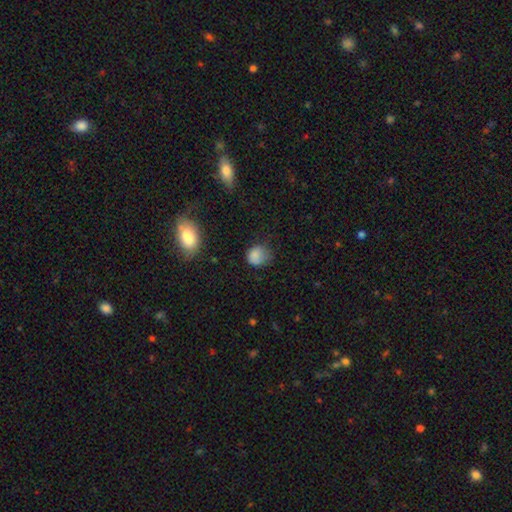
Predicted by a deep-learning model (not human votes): A smooth galaxy with no disk features (82%) that is round (67%). Merging: none (51%).